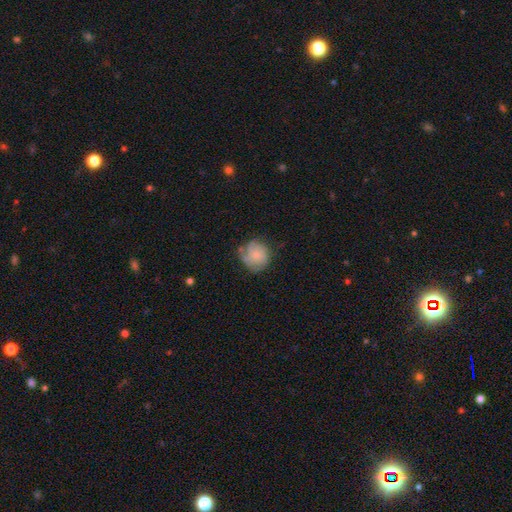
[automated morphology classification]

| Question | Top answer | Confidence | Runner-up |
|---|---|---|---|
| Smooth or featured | smooth | 61% | featured or disk (32%) |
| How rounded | round | 82% | in between (17%) |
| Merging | none | 53% | minor disturbance (31%) |